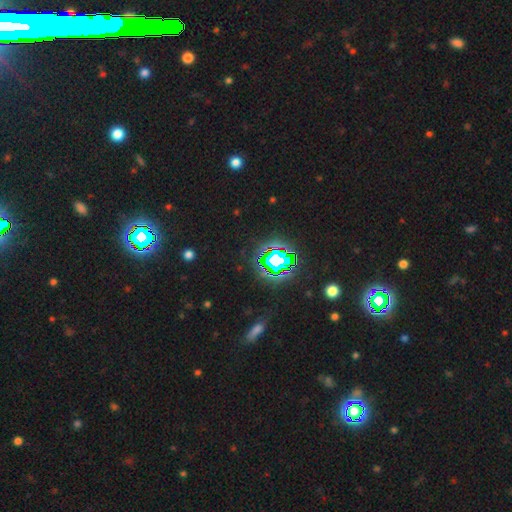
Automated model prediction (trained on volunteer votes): smooth-or-featured: star or artifact: 81% | smooth: 11% | featured or disk: 7%